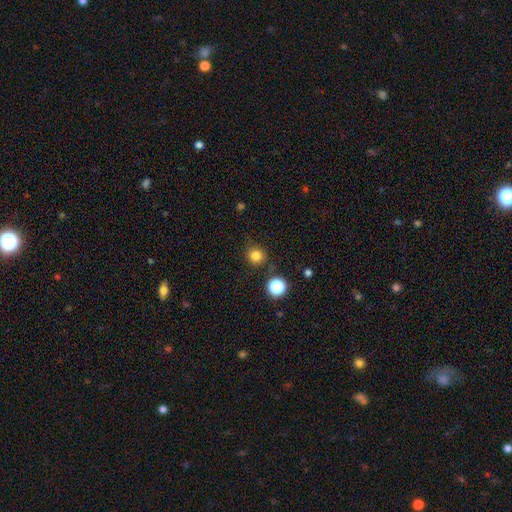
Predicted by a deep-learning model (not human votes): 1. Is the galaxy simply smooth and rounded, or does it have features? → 81% smooth, 14% star or artifact, 5% featured or disk.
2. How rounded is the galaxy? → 91% round, 8% in between, 1% cigar-shaped.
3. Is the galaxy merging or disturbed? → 82% none, 12% minor disturbance, 3% major disturbance, 3% merger.